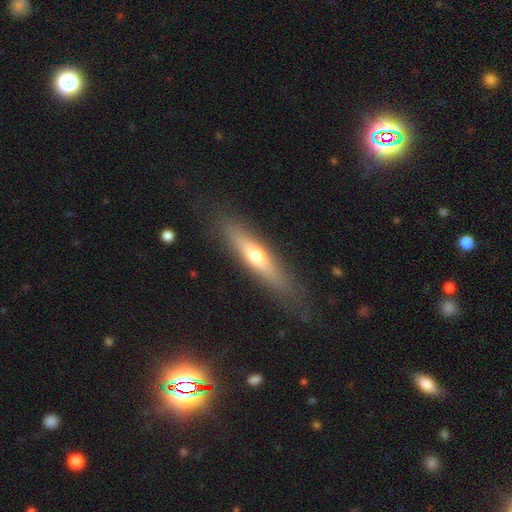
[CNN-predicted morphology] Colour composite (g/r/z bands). It shows a smooth galaxy with no disk features (52%) that is cigar-shaped (77%). Merging: none (84%).